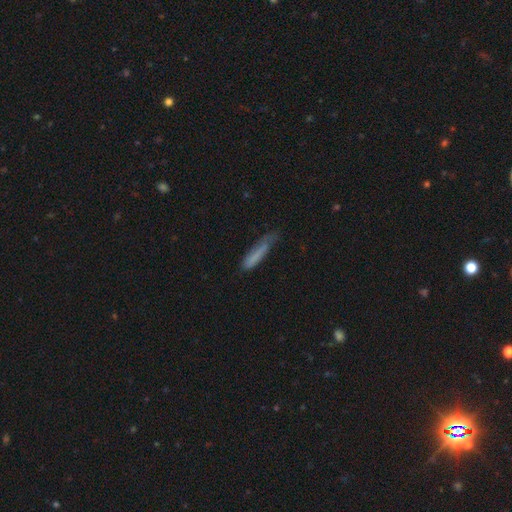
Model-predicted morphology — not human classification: Overall: smooth (73%). How rounded: cigar-shaped (86%). Merging: none (52%; minor disturbance 33%).